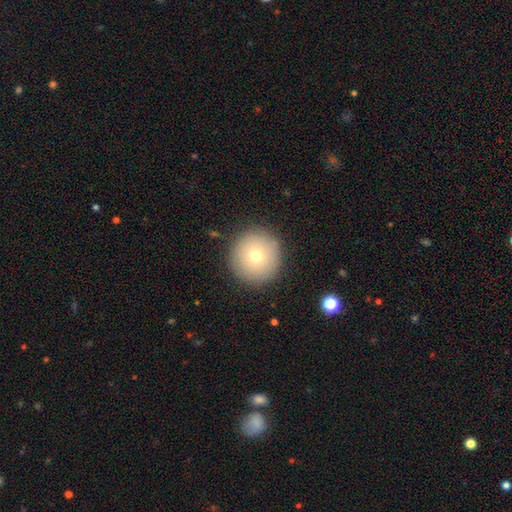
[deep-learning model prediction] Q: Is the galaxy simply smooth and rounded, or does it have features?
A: smooth — 72%.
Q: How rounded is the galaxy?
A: round — 95%.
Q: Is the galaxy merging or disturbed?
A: none — 89%.